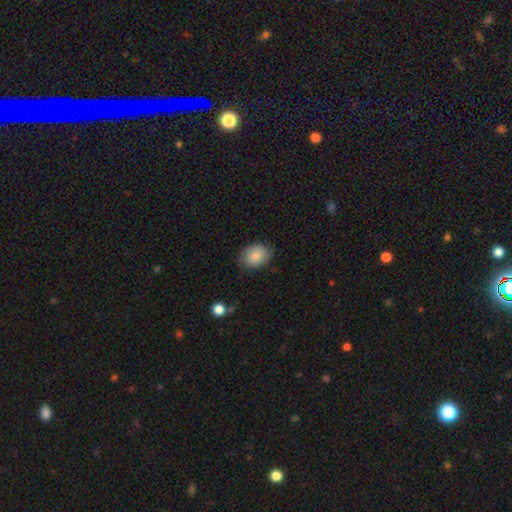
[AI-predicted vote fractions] A smooth galaxy with no disk features (86%) that is in between round and cigar-shaped (60%).

Vote fractions:
- Smooth or featured? smooth: 86% / featured or disk: 7% / star or artifact: 7%
- How rounded? in between: 60% / round: 39% / cigar-shaped: 1%
- Merging? none: 75% / minor disturbance: 20% / major disturbance: 4% / merger: 1%